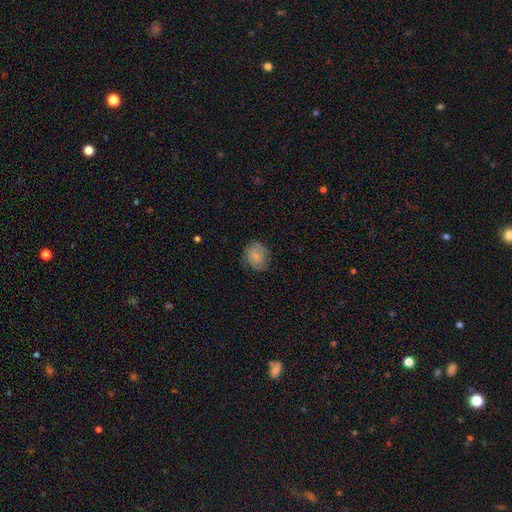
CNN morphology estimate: The model was most divided on "how rounded": round: 70%, in between: 29%, cigar-shaped: 1%. More confident: smooth or featured — smooth (70%); merging — none (69%).